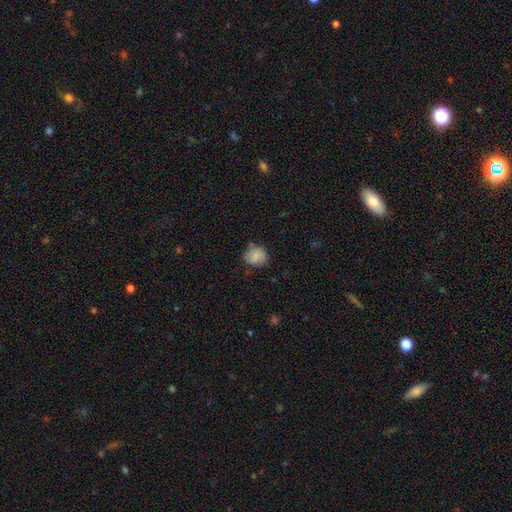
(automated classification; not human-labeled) Smooth or featured? smooth (78%)
How rounded? round (73%)
Merging? none (63%)